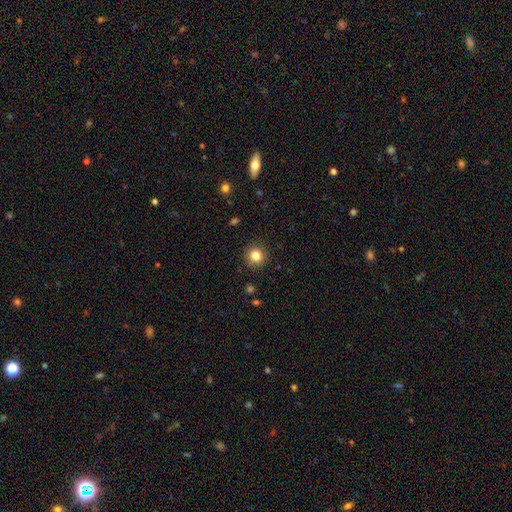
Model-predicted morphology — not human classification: A smooth galaxy with no disk features (84%) that is round (92%).

Vote fractions:
- Smooth or featured? smooth: 84% / star or artifact: 11% / featured or disk: 5%
- How rounded? round: 92% / in between: 7% / cigar-shaped: 1%
- Merging? none: 91% / minor disturbance: 6% / major disturbance: 2% / merger: 1%